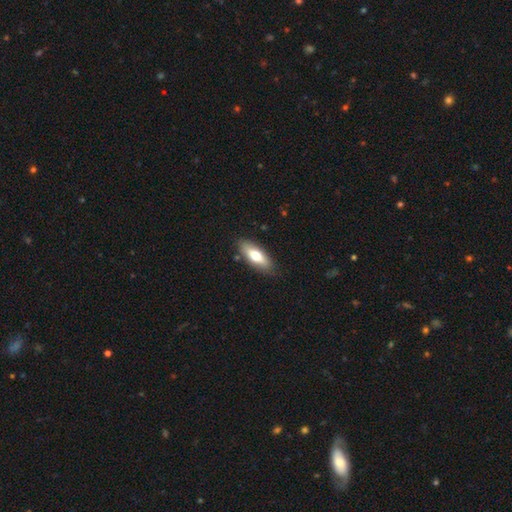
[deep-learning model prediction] Smooth or featured: smooth — 68% (featured or disk — 26%)
How rounded: in between — 71% (cigar-shaped — 26%)
Merging: none — 85% (minor disturbance — 11%)